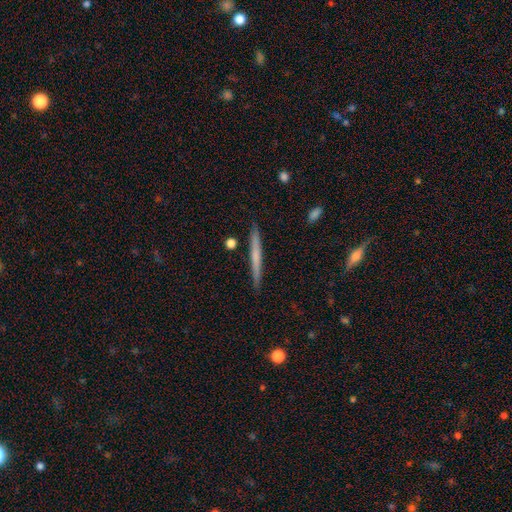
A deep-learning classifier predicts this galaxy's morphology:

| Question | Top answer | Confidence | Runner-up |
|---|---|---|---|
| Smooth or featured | smooth | 53% | featured or disk (41%) |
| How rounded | cigar-shaped | 97% | in between (2%) |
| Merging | none | 90% | minor disturbance (7%) |